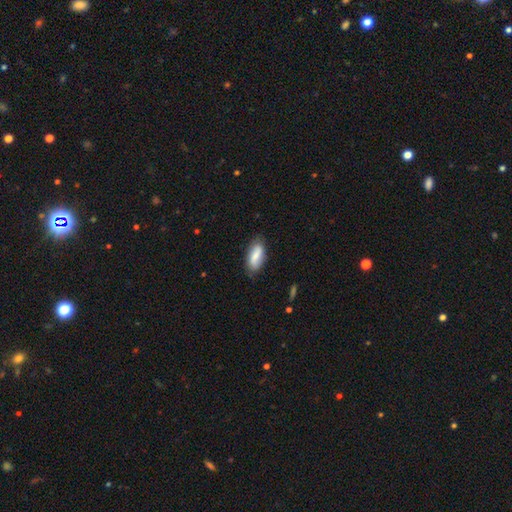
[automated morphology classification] The model was most divided on "merging": none: 78%, minor disturbance: 17%, major disturbance: 3%, merger: 1%. More confident: how rounded — in between (84%); smooth or featured — smooth (79%).